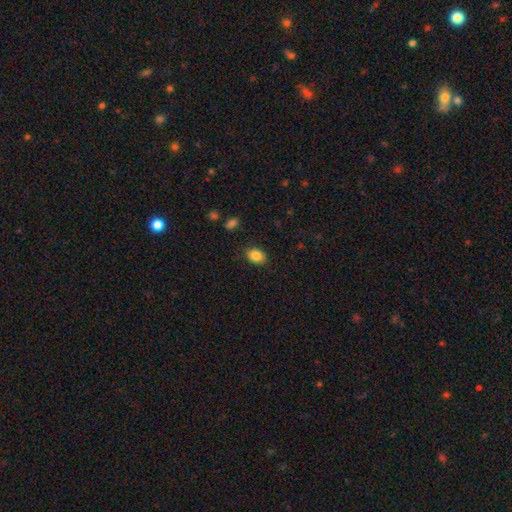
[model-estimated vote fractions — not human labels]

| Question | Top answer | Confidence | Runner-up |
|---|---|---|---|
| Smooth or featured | smooth | 86% | star or artifact (9%) |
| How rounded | in between | 71% | round (28%) |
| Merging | none | 84% | minor disturbance (12%) |